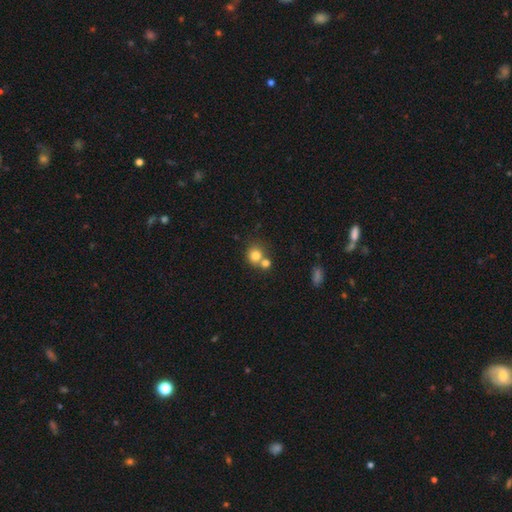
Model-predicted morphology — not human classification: smooth-or-featured: smooth: 79% | star or artifact: 11% | featured or disk: 10%
  how-rounded: round: 83% | in between: 16% | cigar-shaped: 1%
  merging: none: 47% | merger: 43% | minor disturbance: 7% | major disturbance: 3%